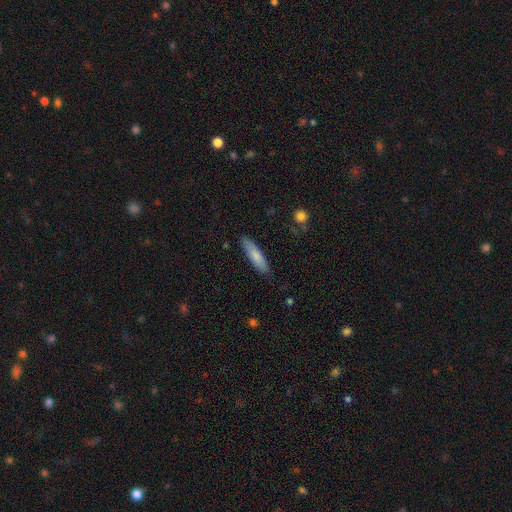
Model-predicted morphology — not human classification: smooth-or-featured: smooth: 79% | featured or disk: 16% | star or artifact: 6%
  how-rounded: cigar-shaped: 77% | in between: 22% | round: 1%
  merging: none: 85% | minor disturbance: 12% | major disturbance: 2% | merger: 1%